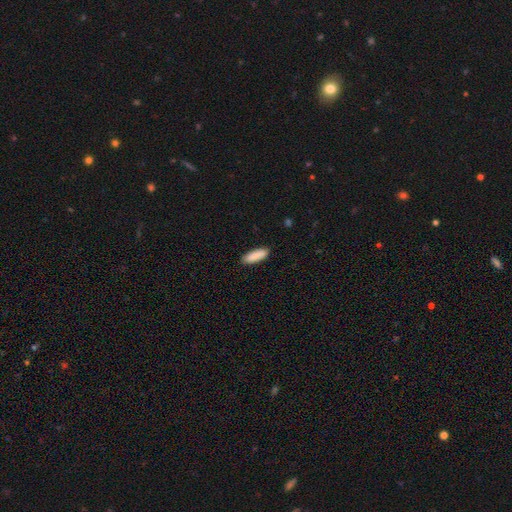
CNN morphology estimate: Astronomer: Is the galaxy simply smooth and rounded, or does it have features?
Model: smooth — 90%.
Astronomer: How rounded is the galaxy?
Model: in between — 53% (runner-up: cigar-shaped, 46%).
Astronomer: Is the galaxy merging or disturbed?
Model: none — 89%.